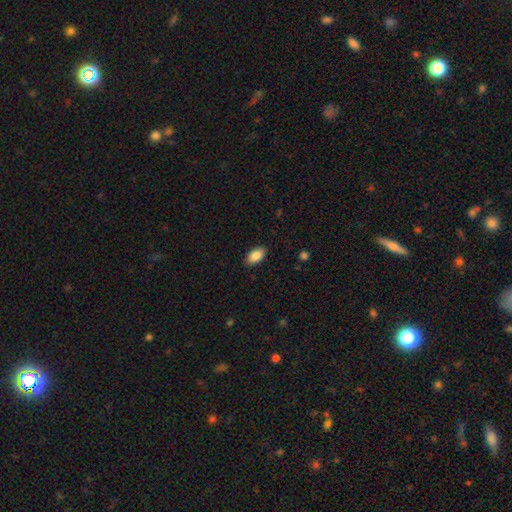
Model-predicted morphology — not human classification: A smooth galaxy with no disk features (88%) that is in between round and cigar-shaped (94%). Merging: none (88%).